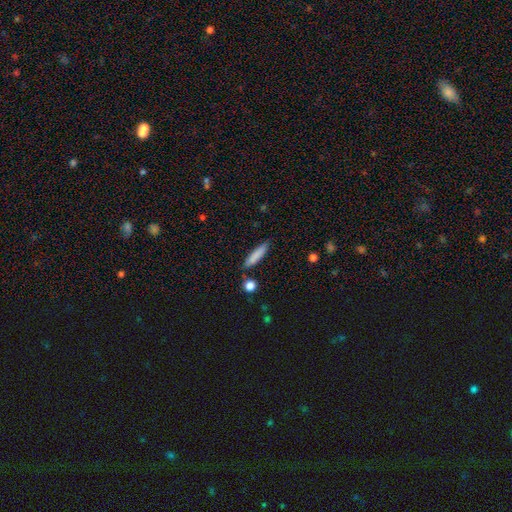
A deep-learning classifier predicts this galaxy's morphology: This is clearly a smooth galaxy (82%). How rounded: clearly cigar-shaped (82%). Merging: clearly none (82%).